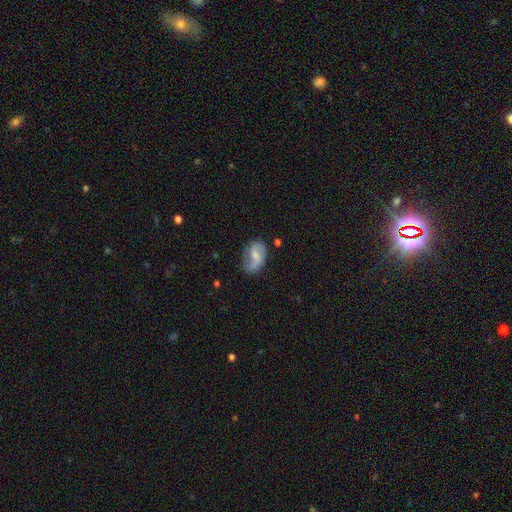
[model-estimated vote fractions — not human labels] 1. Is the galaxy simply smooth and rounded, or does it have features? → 52% featured or disk, 40% smooth, 8% star or artifact.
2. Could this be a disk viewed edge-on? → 96% no, 4% yes.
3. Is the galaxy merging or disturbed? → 57% none, 28% minor disturbance, 12% major disturbance, 3% merger.